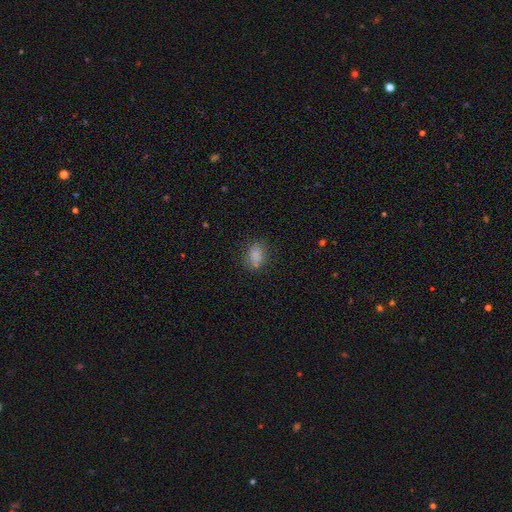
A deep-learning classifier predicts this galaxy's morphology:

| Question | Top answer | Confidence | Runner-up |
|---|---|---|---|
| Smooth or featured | smooth | 81% | star or artifact (12%) |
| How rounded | in between | 70% | round (28%) |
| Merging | none | 74% | minor disturbance (16%) |